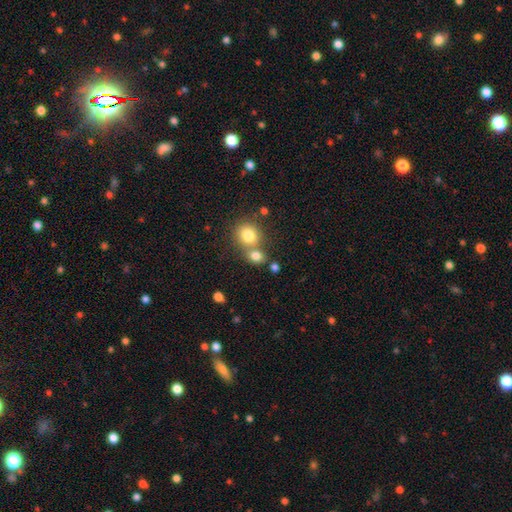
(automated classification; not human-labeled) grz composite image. It shows a smooth galaxy with no disk features (79%) that is round (65%). Merging: none (47%).